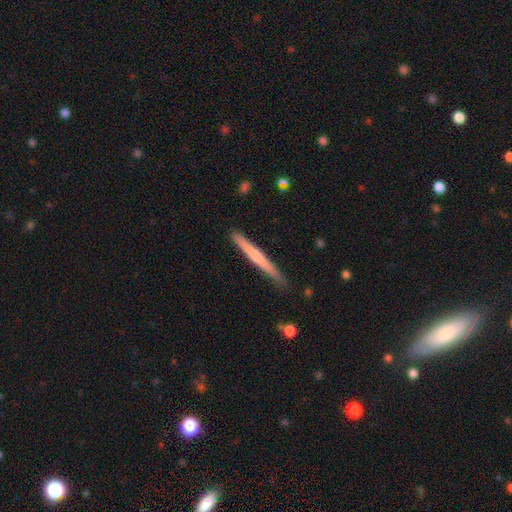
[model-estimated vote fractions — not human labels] A smooth galaxy with no disk features (52%) that is cigar-shaped (97%).

Vote fractions:
- Smooth or featured? smooth: 52% / featured or disk: 43% / star or artifact: 5%
- How rounded? cigar-shaped: 97% / in between: 2% / round: 1%
- Merging? none: 85% / minor disturbance: 11% / major disturbance: 2% / merger: 1%